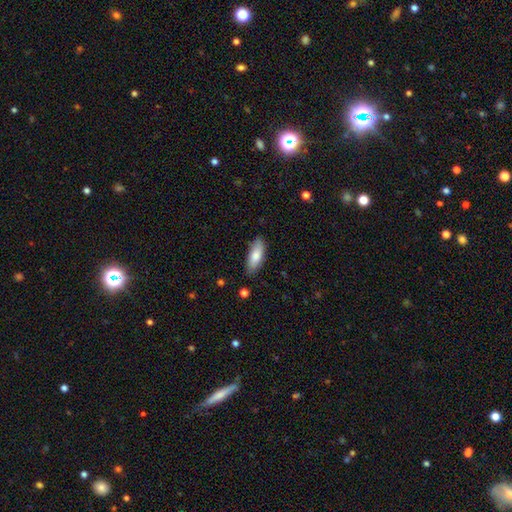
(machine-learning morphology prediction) Q: Smooth or featured?
A: smooth (79%); runner-up: featured or disk (15%)
Q: How rounded?
A: in between (70%); runner-up: cigar-shaped (28%)
Q: Merging?
A: none (83%); runner-up: minor disturbance (13%)